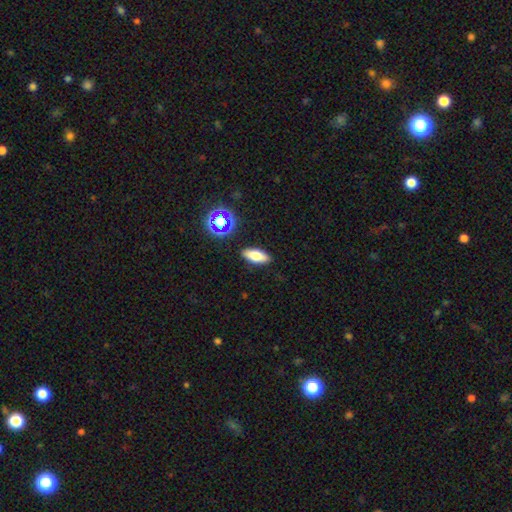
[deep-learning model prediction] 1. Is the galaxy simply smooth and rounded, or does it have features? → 69% smooth, 18% featured or disk, 12% star or artifact.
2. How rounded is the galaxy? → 72% in between, 23% cigar-shaped, 5% round.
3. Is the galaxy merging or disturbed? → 88% none, 8% minor disturbance, 2% major disturbance, 2% merger.